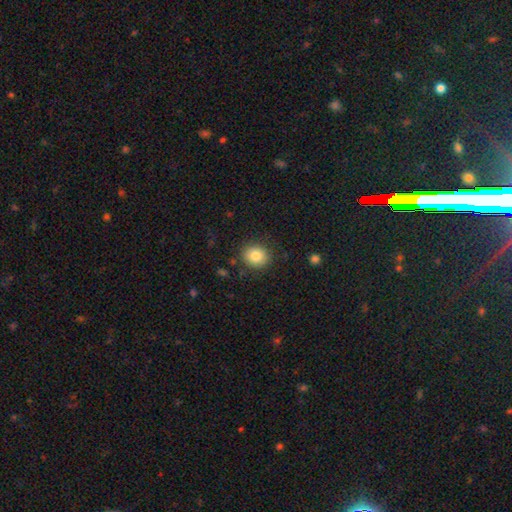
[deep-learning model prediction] This appears to be a smooth galaxy with no disk features (83%) that is round (76%). Merging: none (86%).